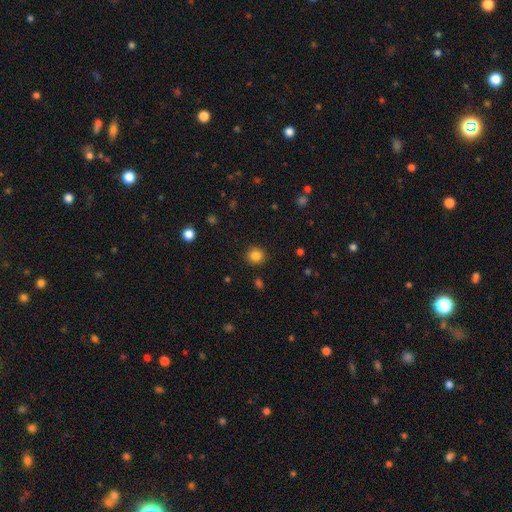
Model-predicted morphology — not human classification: type=smooth (84%); roundness=round (89%); merging=none (89%).